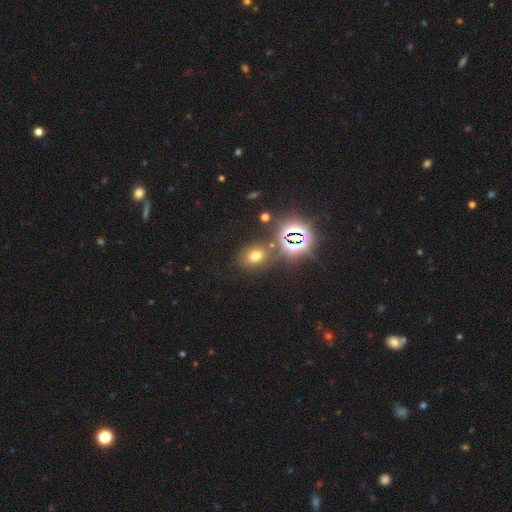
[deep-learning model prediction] Smooth or featured?
  - smooth: 57% *
  - star or artifact: 33%
  - featured or disk: 10%
How rounded?
  - in between: 60% *
  - round: 38%
  - cigar-shaped: 2%
Merging?
  - none: 76% *
  - minor disturbance: 11%
  - merger: 8%
  - major disturbance: 5%